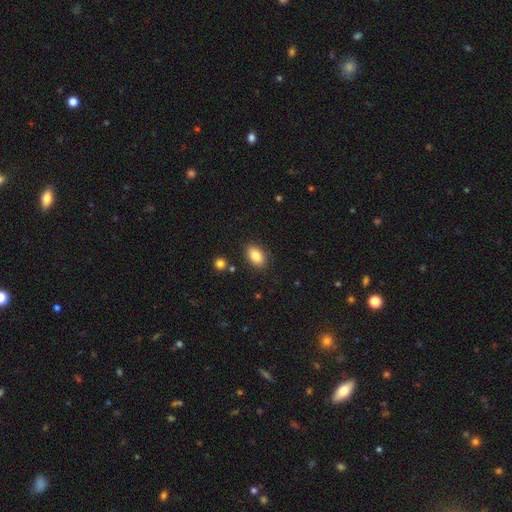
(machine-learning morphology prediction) type=smooth (86%); roundness=in between (90%); merging=none (86%).